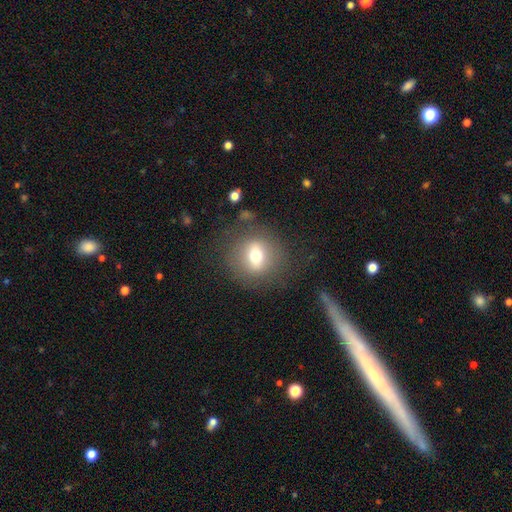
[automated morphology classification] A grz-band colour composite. It shows a smooth galaxy with no disk features (60%) that is round (79%). Merging: none (78%).